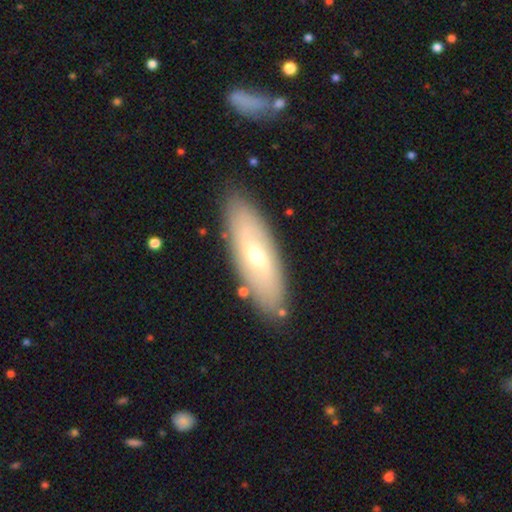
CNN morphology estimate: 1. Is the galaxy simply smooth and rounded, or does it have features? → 51% featured or disk, 42% smooth, 7% star or artifact.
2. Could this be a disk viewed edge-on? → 73% no, 27% yes.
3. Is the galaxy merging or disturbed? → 85% none, 10% minor disturbance, 3% merger, 2% major disturbance.